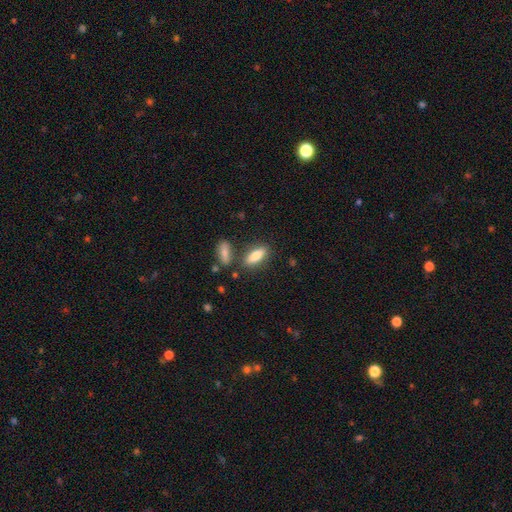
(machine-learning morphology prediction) The model was most divided on "how rounded": in between: 62%, cigar-shaped: 35%, round: 3%. More confident: smooth or featured — smooth (78%); merging — none (76%).